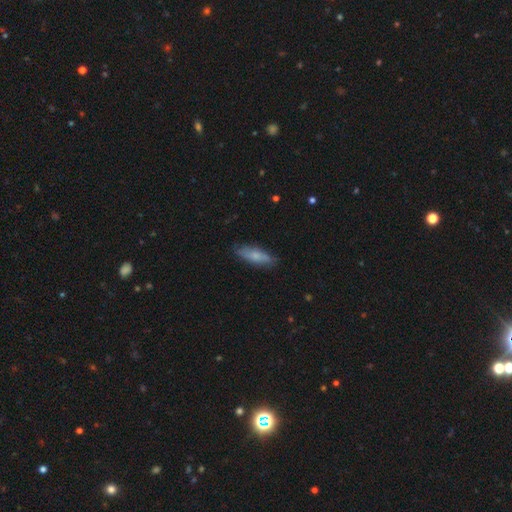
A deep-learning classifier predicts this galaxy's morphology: Overall: smooth (67%). How rounded: cigar-shaped (52%; in between 46%). Merging: none (80%).